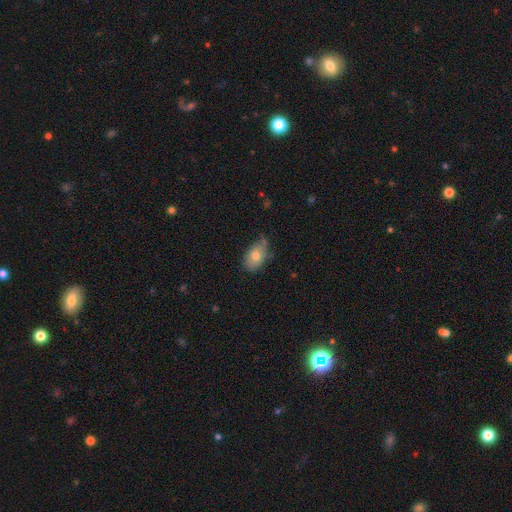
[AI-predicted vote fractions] A smooth galaxy with no disk features (75%) that is in between round and cigar-shaped (88%). Merging: none (55%).